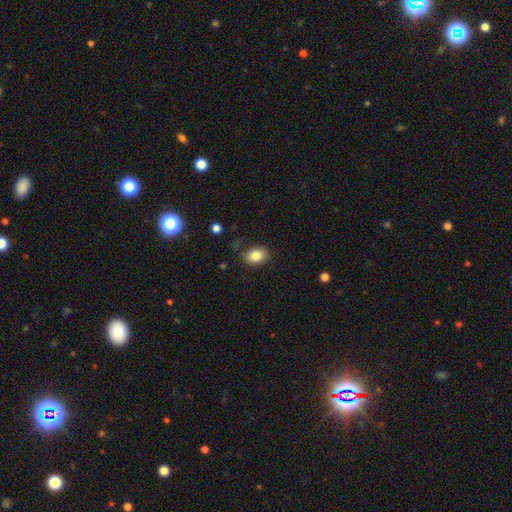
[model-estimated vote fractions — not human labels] Smooth or featured? smooth (84%)
How rounded? in between (68%)
Merging? none (79%)